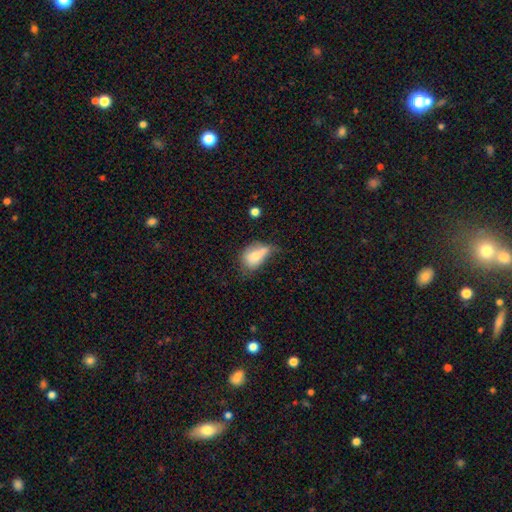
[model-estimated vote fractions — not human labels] Smooth or featured: smooth — 68% (featured or disk — 23%)
How rounded: in between — 83% (round — 13%)
Merging: minor disturbance — 35% (major disturbance — 27%)